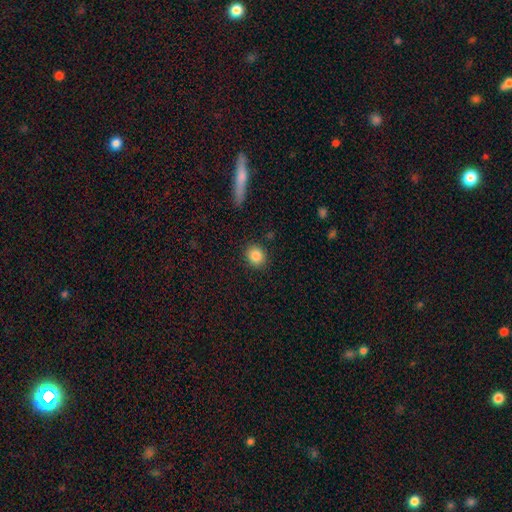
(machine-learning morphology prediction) A smooth galaxy with no disk features (86%) that is round (80%). Merging: none (88%).